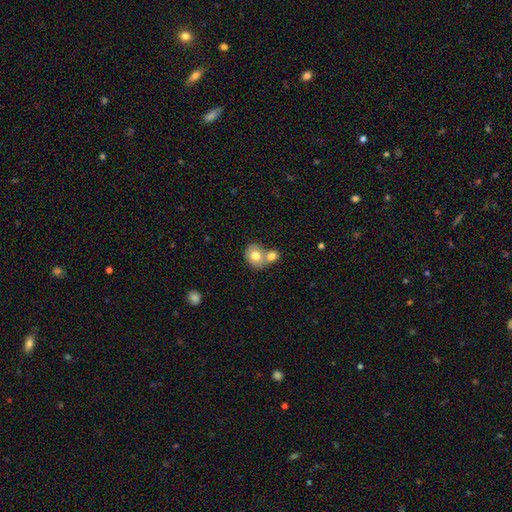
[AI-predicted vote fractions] A smooth galaxy with no disk features (73%) that is round (67%).

Vote fractions:
- Smooth or featured? smooth: 73% / featured or disk: 19% / star or artifact: 8%
- How rounded? round: 67% / in between: 32% / cigar-shaped: 1%
- Merging? merger: 55% / none: 34% / minor disturbance: 8% / major disturbance: 3%